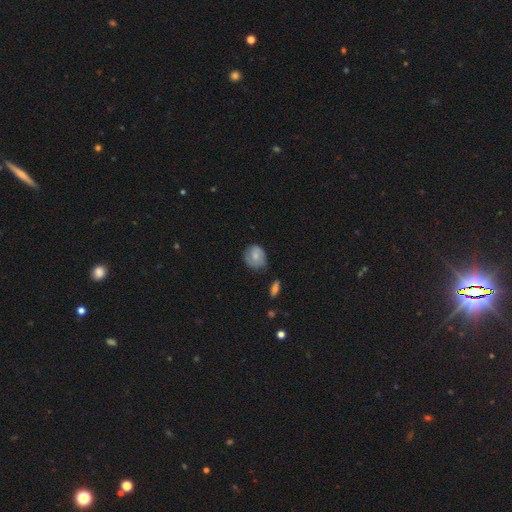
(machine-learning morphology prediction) type=smooth (55%); roundness=round (63%); merging=none (64%).